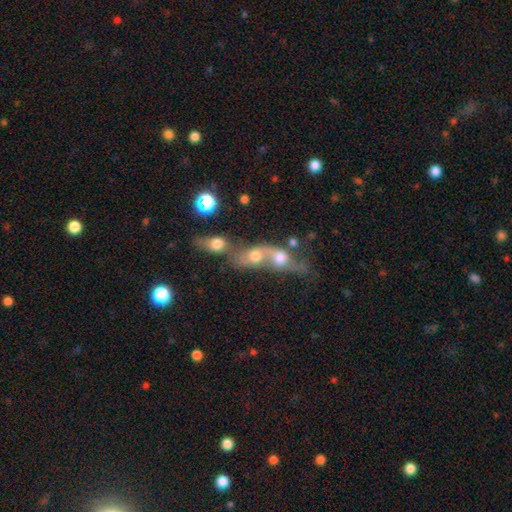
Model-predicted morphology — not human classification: Smooth or featured?
  - smooth: 40% *
  - featured or disk: 39%
  - star or artifact: 21%
Merging?
  - merger: 70% *
  - none: 16%
  - major disturbance: 8%
  - minor disturbance: 6%